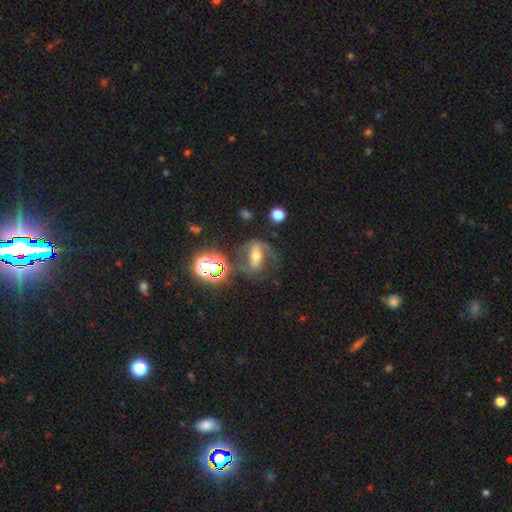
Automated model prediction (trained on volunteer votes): The model was most divided on "bar": strong: 54%, weak: 26%, no: 20%. More confident: edge-on disk — no (91%); spiral arms — yes (77%); smooth or featured — featured or disk (59%); bulge size — moderate (56%); merging — none (55%).